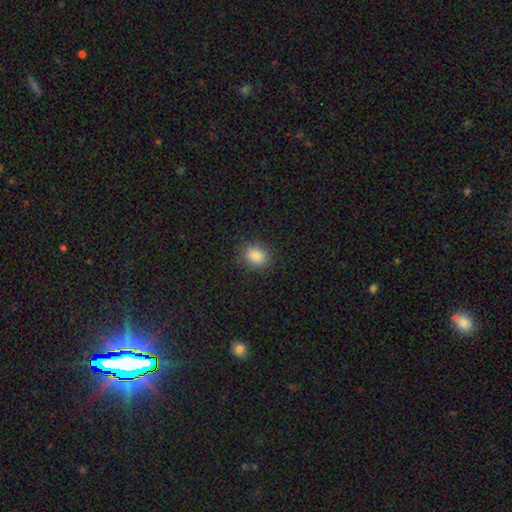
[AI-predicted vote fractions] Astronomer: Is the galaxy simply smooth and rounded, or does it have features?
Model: smooth — 86%.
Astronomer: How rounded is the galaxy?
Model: in between — 54% (runner-up: round, 44%).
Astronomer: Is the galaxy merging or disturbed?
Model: none — 84%.